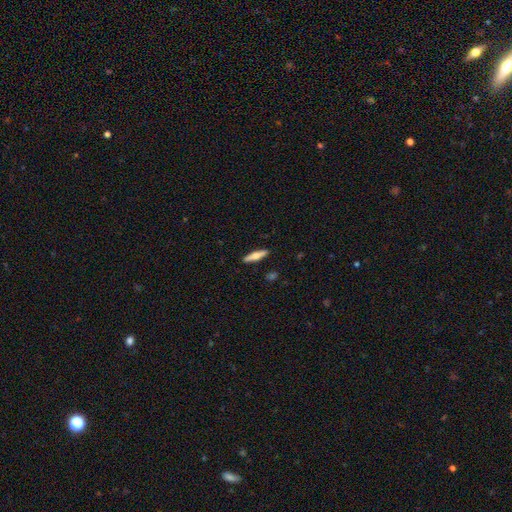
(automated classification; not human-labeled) smooth 57%, featured or disk 37%, star or artifact 6%. Down the decision tree: how rounded — cigar-shaped (80%); merging — none (90%).